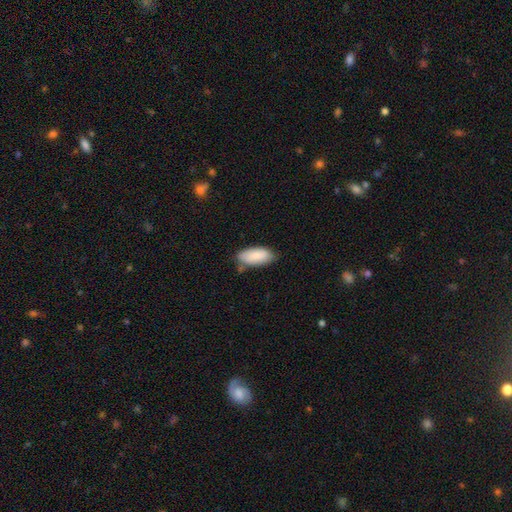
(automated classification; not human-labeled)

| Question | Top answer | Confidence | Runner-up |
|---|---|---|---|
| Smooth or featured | smooth | 87% | featured or disk (7%) |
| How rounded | in between | 90% | cigar-shaped (9%) |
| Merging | none | 70% | minor disturbance (22%) |